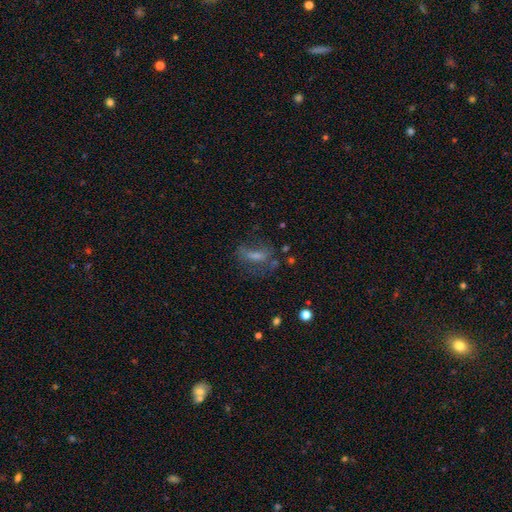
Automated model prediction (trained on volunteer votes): Overall: featured or disk (41%; smooth 37%). Merging: none (53%; major disturbance 23%).